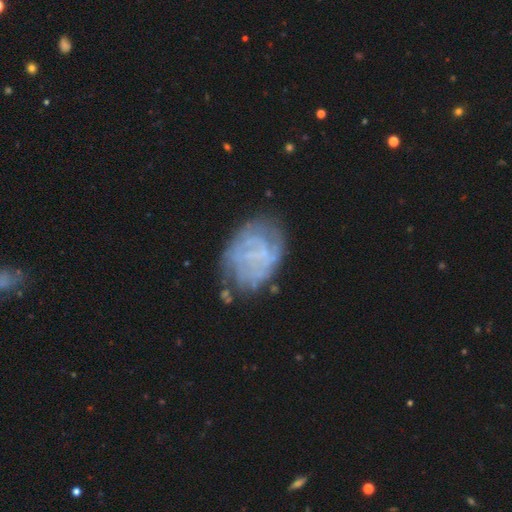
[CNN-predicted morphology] A featured or disk galaxy (67%) with no bar (58%), spiral arms (57%) and no central bulge (65%). Merging: none (56%).